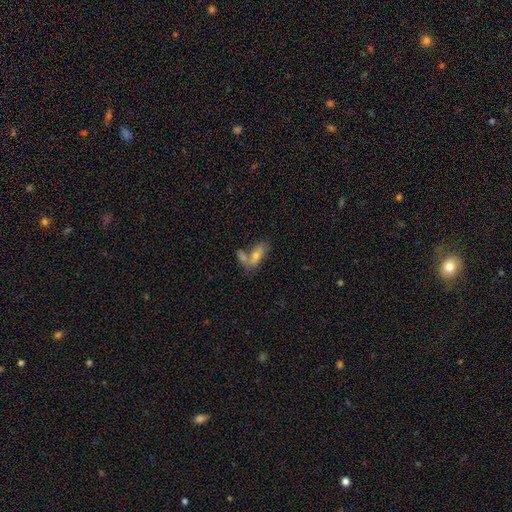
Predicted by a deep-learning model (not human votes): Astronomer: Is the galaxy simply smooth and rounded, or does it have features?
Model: smooth — 56% (runner-up: featured or disk, 33%).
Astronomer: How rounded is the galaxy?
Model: in between — 76%.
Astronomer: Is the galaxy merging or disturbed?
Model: merger — 44% (runner-up: none, 36%).